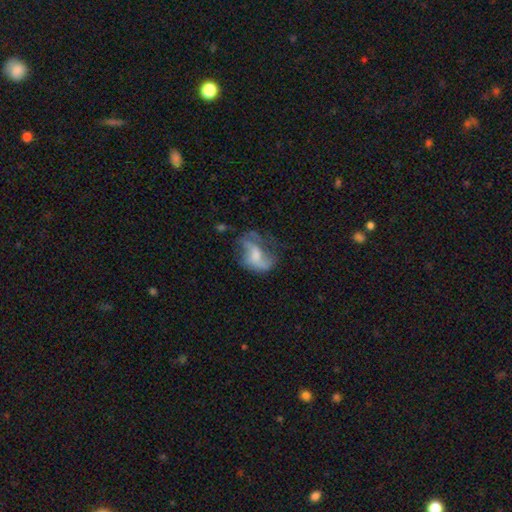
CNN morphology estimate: Smooth or featured?
  - featured or disk: 61% *
  - smooth: 29%
  - star or artifact: 9%
Edge-on disk?
  - no: 96% *
  - yes: 4%
Bar?
  - no: 53% *
  - weak: 37%
  - strong: 10%
Spiral arms?
  - yes: 74% *
  - no: 26%
Bulge size?
  - moderate: 38% *
  - small: 26%
  - none: 22%
  - large: 13%
  - dominant: 2%
Merging?
  - none: 38% *
  - major disturbance: 35%
  - minor disturbance: 23%
  - merger: 4%